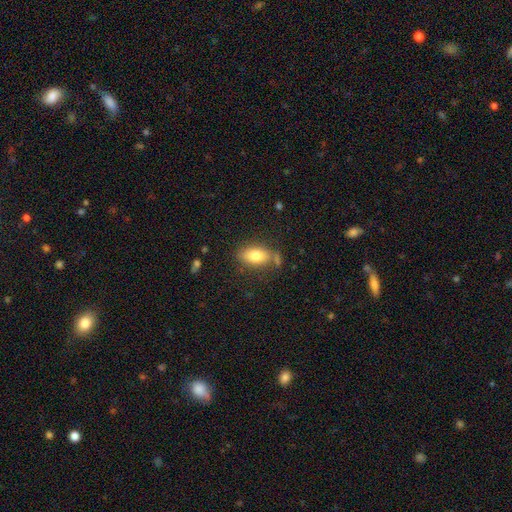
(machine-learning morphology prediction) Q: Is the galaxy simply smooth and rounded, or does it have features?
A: smooth — 77%.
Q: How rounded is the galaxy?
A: in between — 88%.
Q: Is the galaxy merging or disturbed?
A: none — 69%.